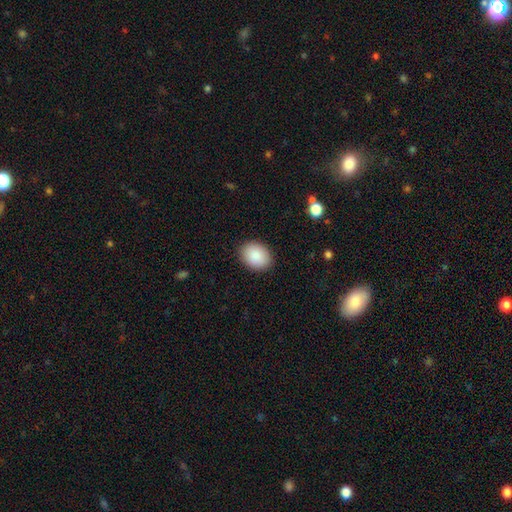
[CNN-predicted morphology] A smooth galaxy with no disk features (89%) that is in between round and cigar-shaped (68%). Merging: none (89%).